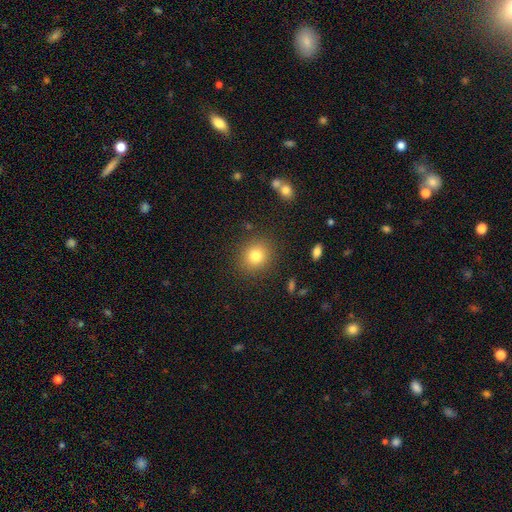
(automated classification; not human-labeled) Q: Smooth or featured?
A: smooth (80%); runner-up: star or artifact (12%)
Q: How rounded?
A: round (84%); runner-up: in between (15%)
Q: Merging?
A: none (88%); runner-up: minor disturbance (7%)